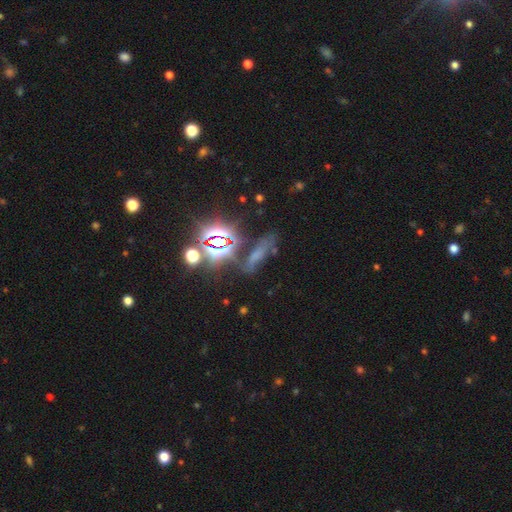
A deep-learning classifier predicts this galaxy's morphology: Overall: smooth (42%; star or artifact 40%). Merging: none (57%; minor disturbance 20%).